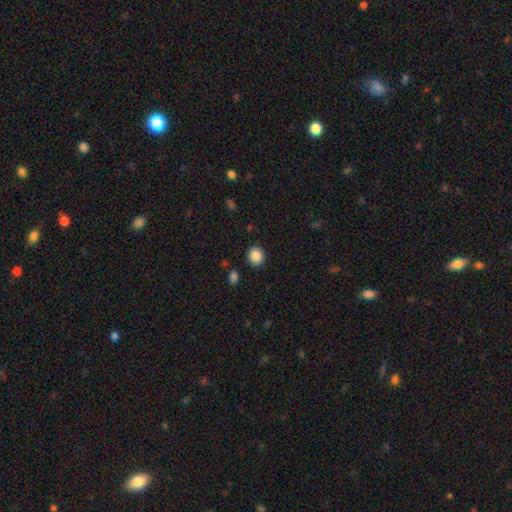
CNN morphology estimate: This is clearly a smooth galaxy (87%). How rounded: clearly round (84%). Merging: clearly none (89%).